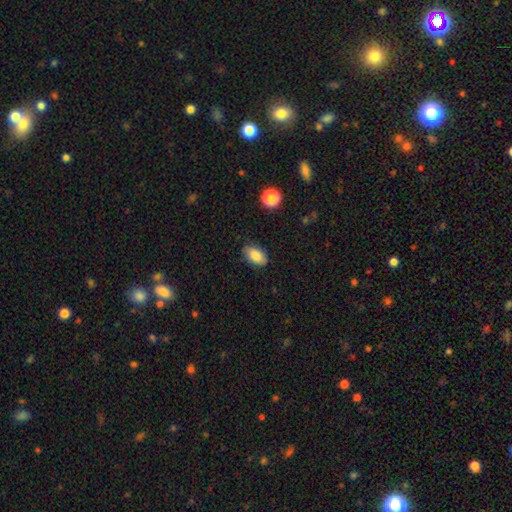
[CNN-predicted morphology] smooth_or_featured: smooth (p=0.83) [alt: featured or disk p=0.09]
how_rounded: in between (p=0.92) [alt: round p=0.06]
merging: none (p=0.83) [alt: minor disturbance p=0.13]